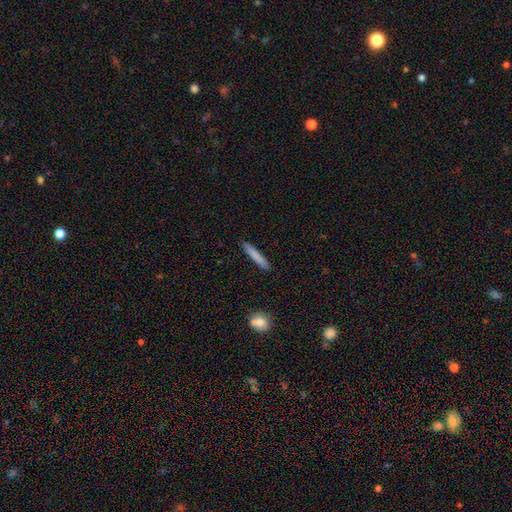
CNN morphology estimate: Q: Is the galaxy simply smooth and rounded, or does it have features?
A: smooth — 80%.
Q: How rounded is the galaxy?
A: cigar-shaped — 94%.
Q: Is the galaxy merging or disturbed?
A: none — 90%.